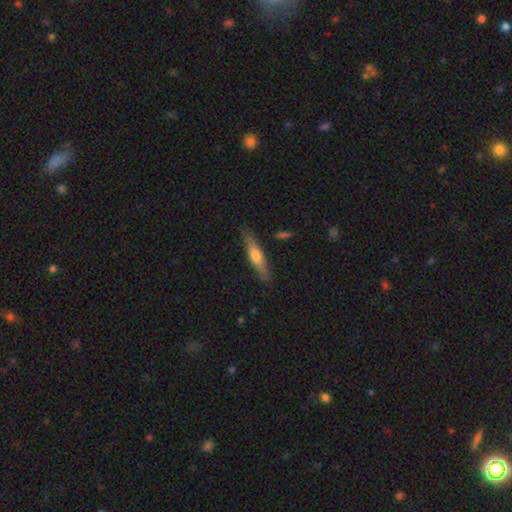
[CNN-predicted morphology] smooth 48%, featured or disk 46%, star or artifact 6%. Down the decision tree: merging — none (85%).